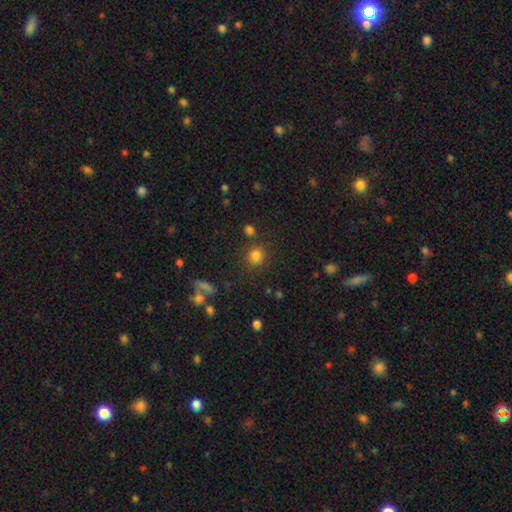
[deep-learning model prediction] Q: Smooth or featured?
A: smooth (79%); runner-up: star or artifact (15%)
Q: How rounded?
A: round (87%); runner-up: in between (12%)
Q: Merging?
A: none (80%); runner-up: minor disturbance (9%)